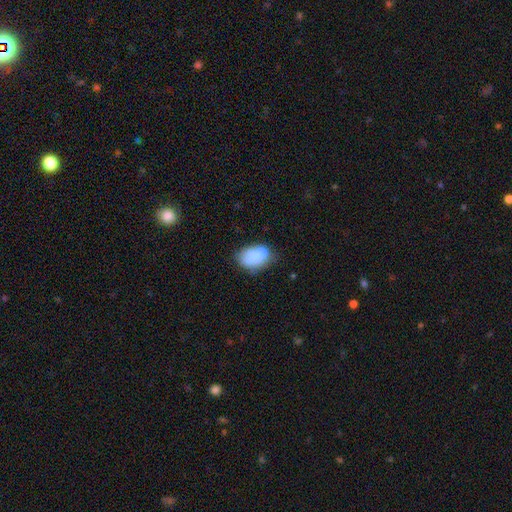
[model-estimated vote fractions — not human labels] smooth 73%, featured or disk 18%, star or artifact 9%. Down the decision tree: how rounded — in between (83%); merging — none (43%).